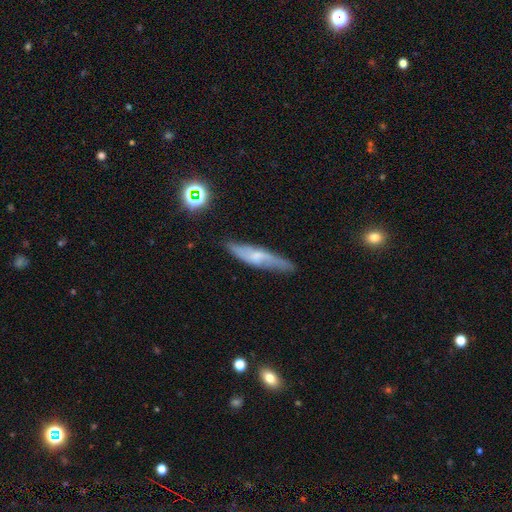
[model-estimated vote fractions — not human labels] A featured or disk galaxy (51%) viewed edge-on (66%). Merging: none (76%).